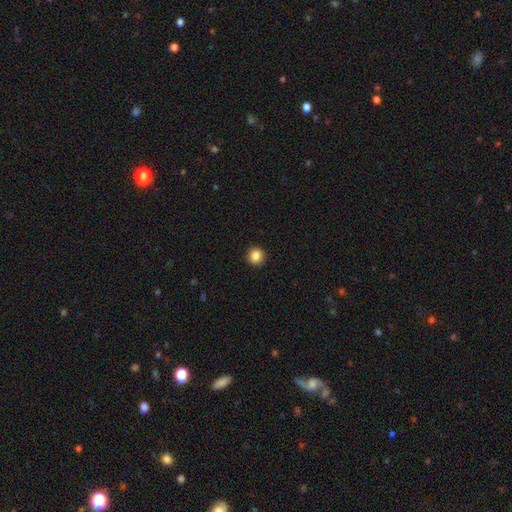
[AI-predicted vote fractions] smooth_or_featured: smooth (p=0.86) [alt: star or artifact p=0.10]
how_rounded: round (p=0.89) [alt: in between p=0.10]
merging: none (p=0.93) [alt: minor disturbance p=0.05]